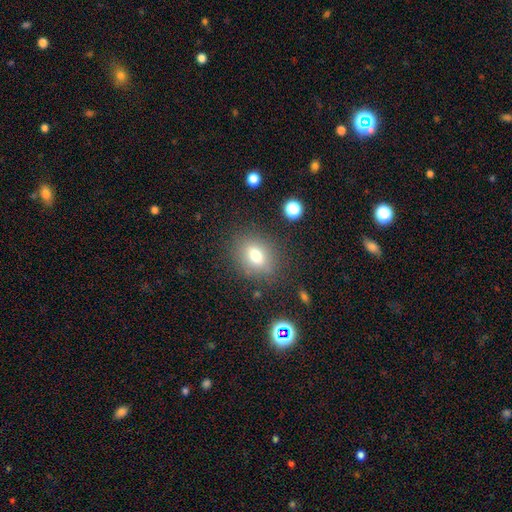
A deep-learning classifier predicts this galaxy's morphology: type=smooth (74%); roundness=in between (52%); merging=none (81%).